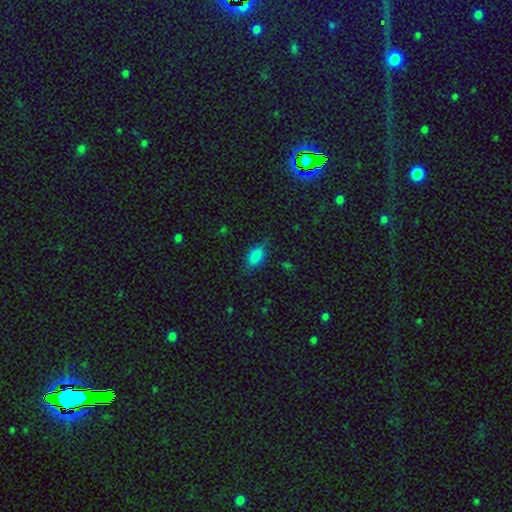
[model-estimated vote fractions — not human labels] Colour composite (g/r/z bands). It shows a smooth galaxy with no disk features (82%) that is in between round and cigar-shaped (89%). Merging: none (73%).